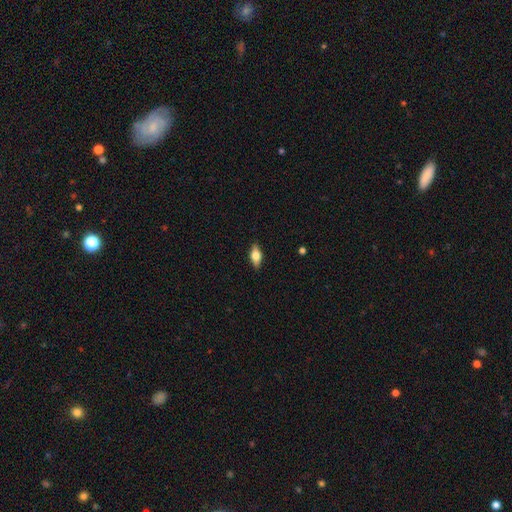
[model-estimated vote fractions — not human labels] Q: Smooth or featured?
A: smooth (56%); runner-up: featured or disk (37%)
Q: How rounded?
A: in between (78%); runner-up: cigar-shaped (18%)
Q: Merging?
A: none (88%); runner-up: minor disturbance (9%)